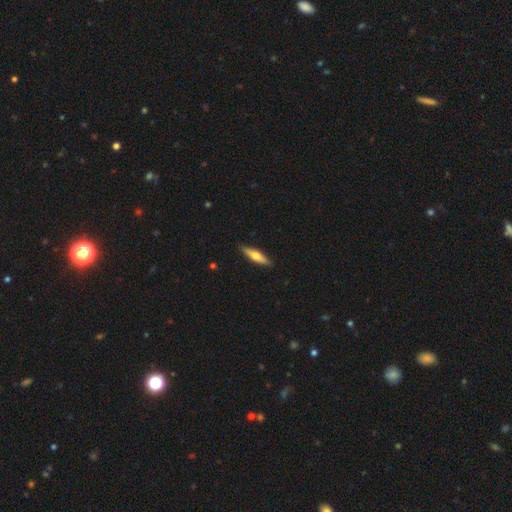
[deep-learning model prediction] smooth_or_featured: smooth (p=0.53) [alt: featured or disk p=0.42]
how_rounded: cigar-shaped (p=0.74) [alt: in between p=0.24]
merging: none (p=0.90) [alt: minor disturbance p=0.07]